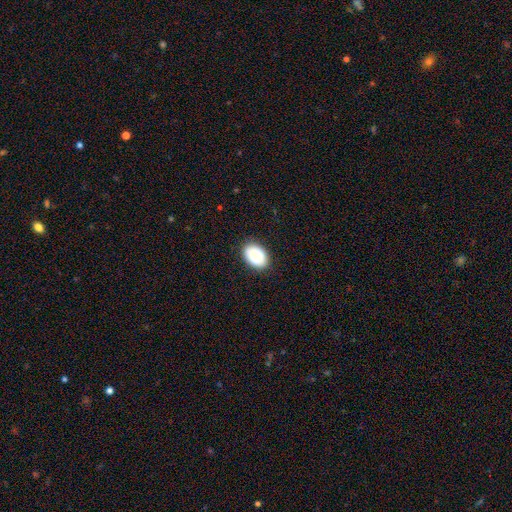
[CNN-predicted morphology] type=smooth (82%); roundness=in between (83%); merging=none (86%).